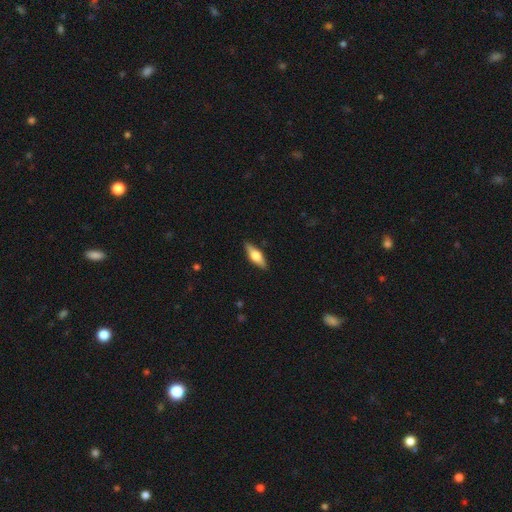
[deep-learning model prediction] smooth-or-featured: smooth: 51% | featured or disk: 43% | star or artifact: 6%
  how-rounded: in between: 59% | cigar-shaped: 38% | round: 3%
  merging: none: 88% | minor disturbance: 9% | major disturbance: 2% | merger: 1%